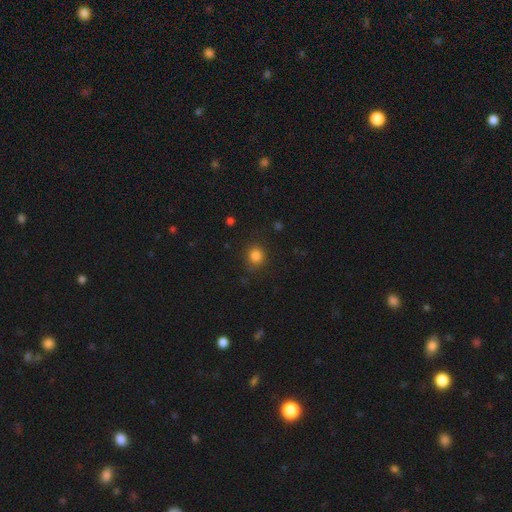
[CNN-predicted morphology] Smooth or featured? smooth (83%)
How rounded? round (84%)
Merging? none (85%)